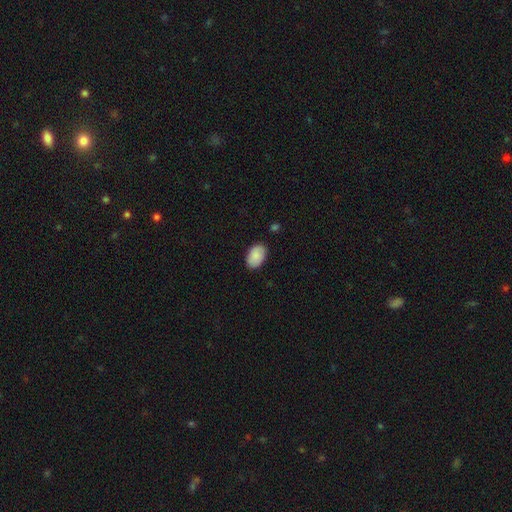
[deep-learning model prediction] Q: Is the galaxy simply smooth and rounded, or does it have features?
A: smooth — 88%.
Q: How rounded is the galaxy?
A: in between — 90%.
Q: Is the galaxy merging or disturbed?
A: none — 85%.